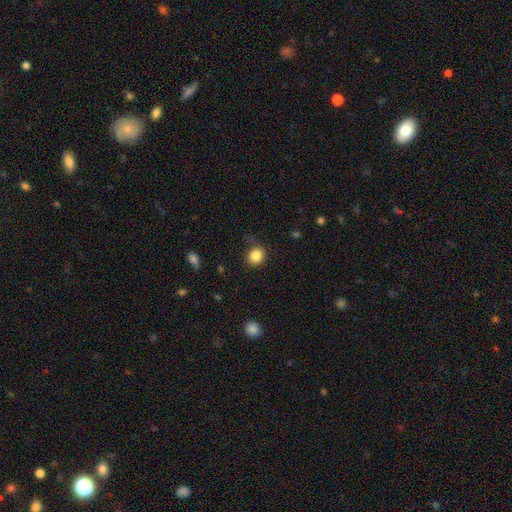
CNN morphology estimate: Smooth or featured: smooth — 85% (star or artifact — 10%)
How rounded: round — 80% (in between — 20%)
Merging: none — 75% (minor disturbance — 17%)